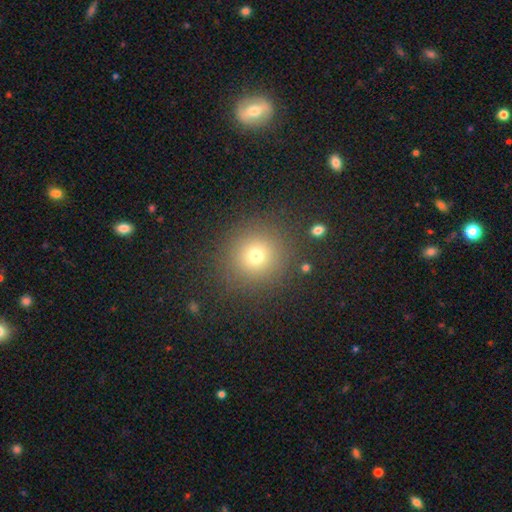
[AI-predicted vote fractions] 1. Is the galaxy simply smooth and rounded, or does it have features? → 71% smooth, 18% star or artifact, 10% featured or disk.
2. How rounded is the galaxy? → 92% round, 7% in between, 1% cigar-shaped.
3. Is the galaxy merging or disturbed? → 87% none, 7% minor disturbance, 4% major disturbance, 2% merger.